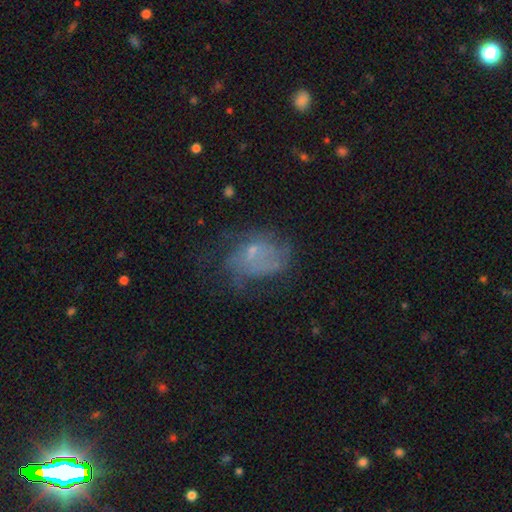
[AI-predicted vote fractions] featured or disk 48%, smooth 37%, star or artifact 15%. Down the decision tree: merging — none (37%).